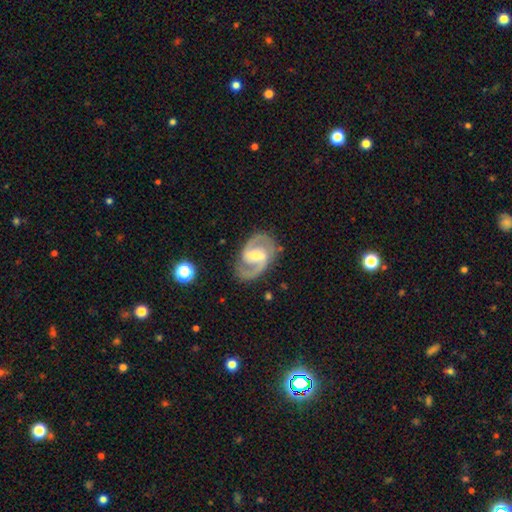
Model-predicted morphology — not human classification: This appears to be a featured or disk galaxy (90%) with a weak bar (49%), 2 (92%) medium (61%) spiral arms (97%) and a small central bulge (44%). Merging: none (81%).